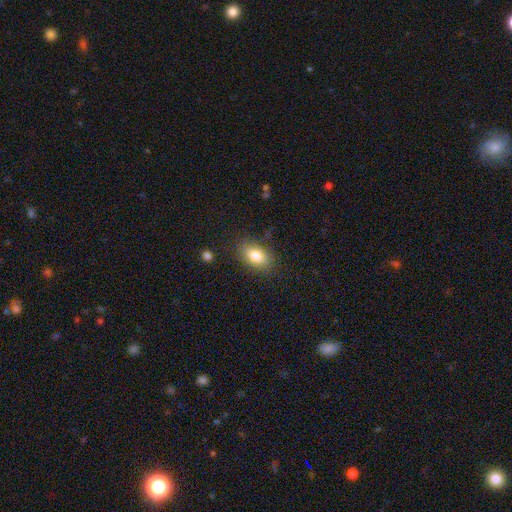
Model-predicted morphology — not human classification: Smooth or featured? Predicted: smooth (p=0.81). How rounded? Predicted: in between (p=0.85). Merging? Predicted: none (p=0.83).